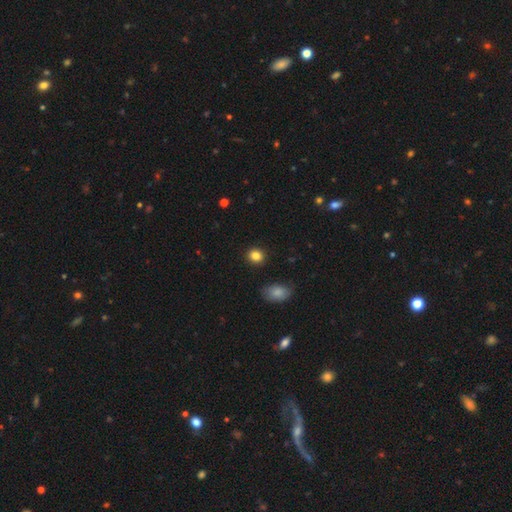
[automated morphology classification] A smooth galaxy with no disk features (85%) that is round (81%).

Vote fractions:
- Smooth or featured? smooth: 85% / star or artifact: 11% / featured or disk: 5%
- How rounded? round: 81% / in between: 18% / cigar-shaped: 1%
- Merging? none: 91% / minor disturbance: 6% / major disturbance: 2% / merger: 1%